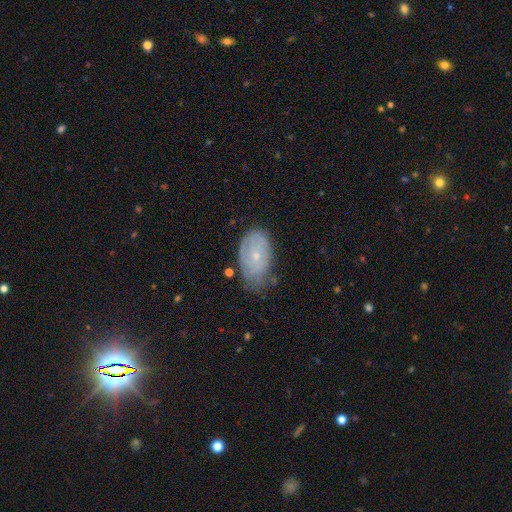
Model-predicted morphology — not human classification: featured or disk 49%, smooth 43%, star or artifact 8%. Down the decision tree: merging — none (54%).